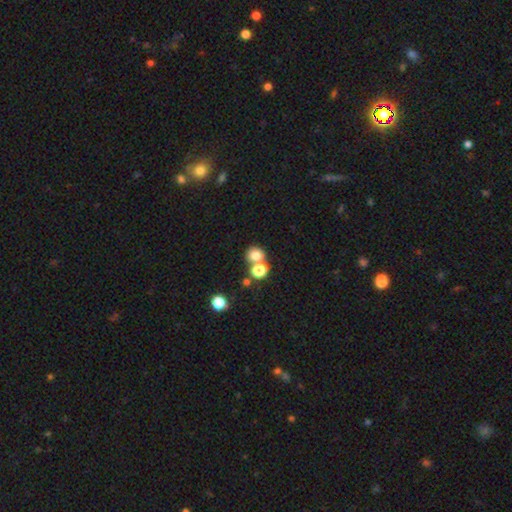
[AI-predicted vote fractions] smooth_or_featured: smooth (p=0.76) [alt: star or artifact p=0.15]
how_rounded: round (p=0.83) [alt: in between p=0.16]
merging: none (p=0.53) [alt: merger p=0.35]